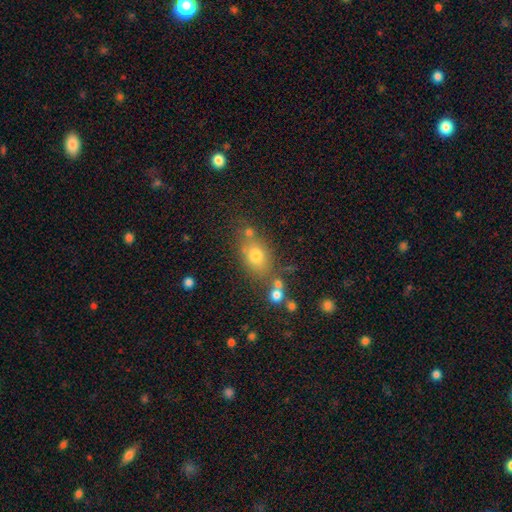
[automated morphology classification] Smooth or featured? smooth (73%)
How rounded? in between (63%)
Merging? none (65%)